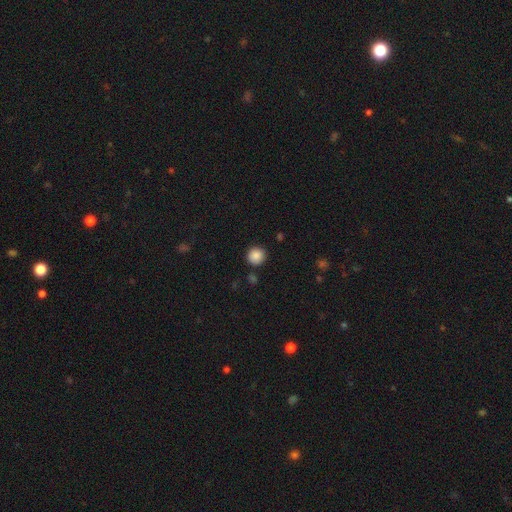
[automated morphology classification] Overall: smooth (87%). How rounded: round (93%). Merging: none (89%).